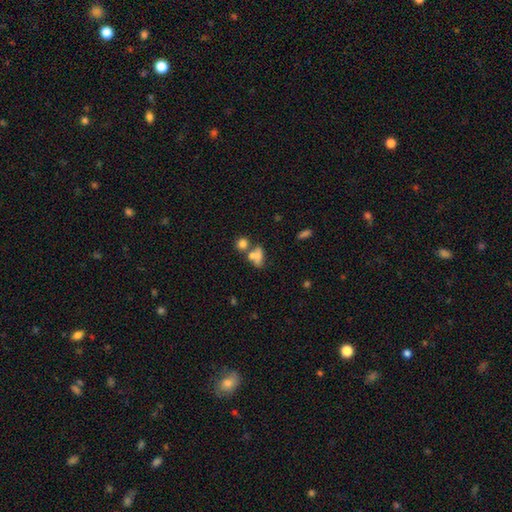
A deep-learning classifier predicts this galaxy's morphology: Overall: smooth (68%). How rounded: in between (65%; round 30%). Merging: merger (47%; none 32%).